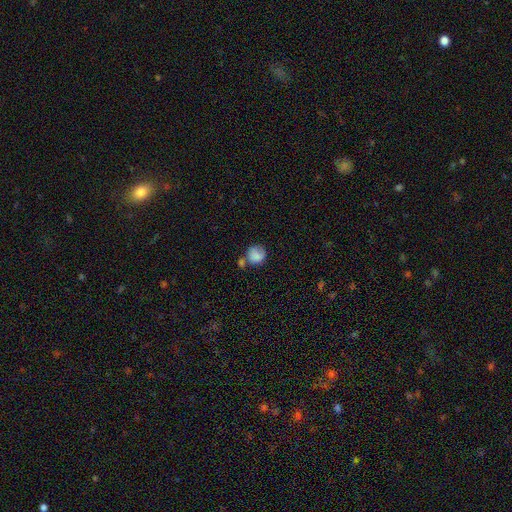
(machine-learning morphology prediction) The model was most divided on "merging": none: 44%, merger: 27%, minor disturbance: 20%, major disturbance: 9%. More confident: how rounded — round (82%); smooth or featured — smooth (81%).